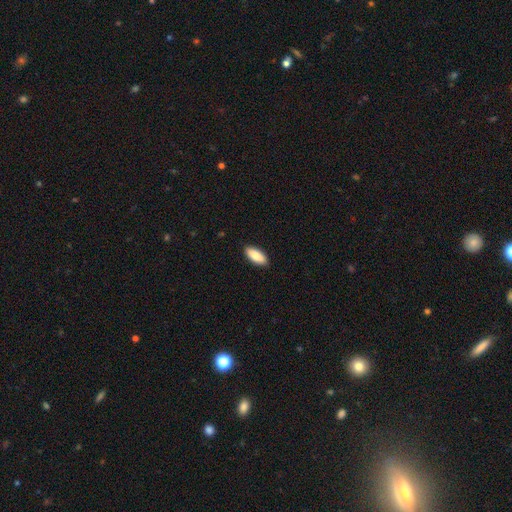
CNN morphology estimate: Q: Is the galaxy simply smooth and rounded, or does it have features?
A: smooth — 87%.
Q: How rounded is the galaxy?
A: in between — 81%.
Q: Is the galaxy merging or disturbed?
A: none — 90%.